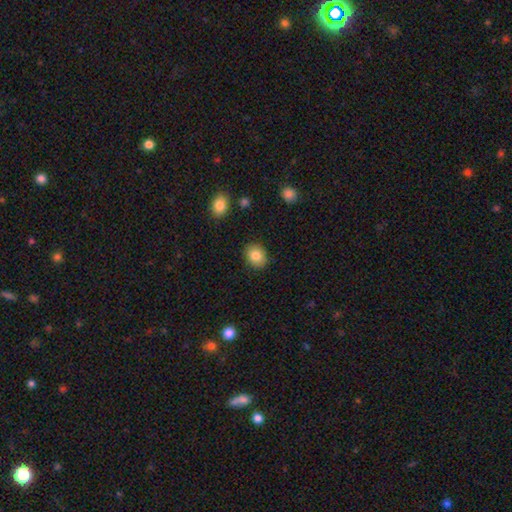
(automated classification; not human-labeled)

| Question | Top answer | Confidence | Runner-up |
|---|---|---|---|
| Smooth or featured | smooth | 84% | star or artifact (9%) |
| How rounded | round | 60% | in between (39%) |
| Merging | none | 88% | minor disturbance (9%) |